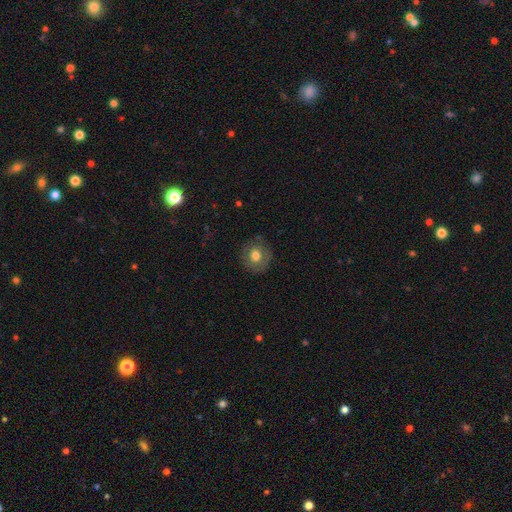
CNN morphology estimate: smooth 70%, featured or disk 21%, star or artifact 9%. Down the decision tree: how rounded — round (86%); merging — none (83%).